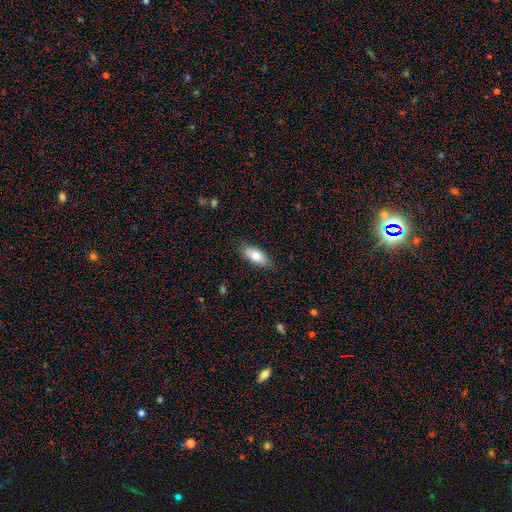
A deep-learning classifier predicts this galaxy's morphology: smooth-or-featured: smooth: 79% | featured or disk: 15% | star or artifact: 6%
  how-rounded: in between: 83% | cigar-shaped: 14% | round: 2%
  merging: none: 81% | minor disturbance: 15% | major disturbance: 3% | merger: 1%